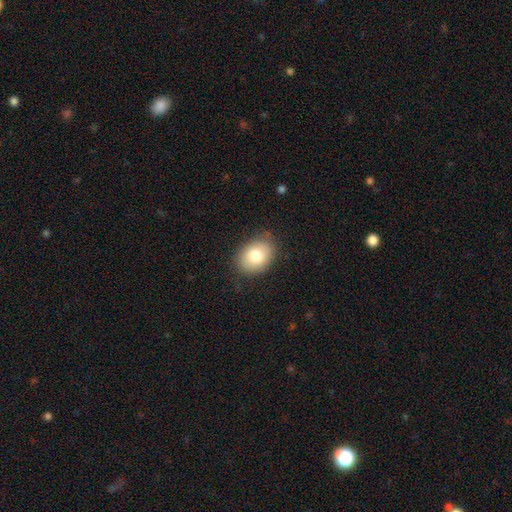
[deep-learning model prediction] A smooth galaxy with no disk features (79%) that is in between round and cigar-shaped (66%).

Vote fractions:
- Smooth or featured? smooth: 79% / featured or disk: 13% / star or artifact: 8%
- How rounded? in between: 66% / round: 33% / cigar-shaped: 1%
- Merging? none: 83% / minor disturbance: 13% / major disturbance: 3% / merger: 1%